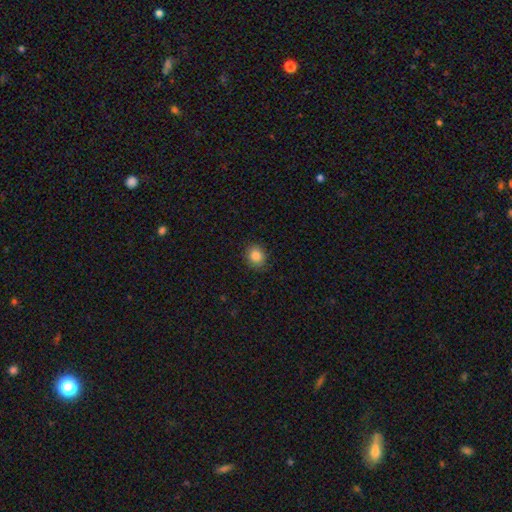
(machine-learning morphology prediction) A smooth galaxy with no disk features (86%) that is round (73%). Merging: none (86%).